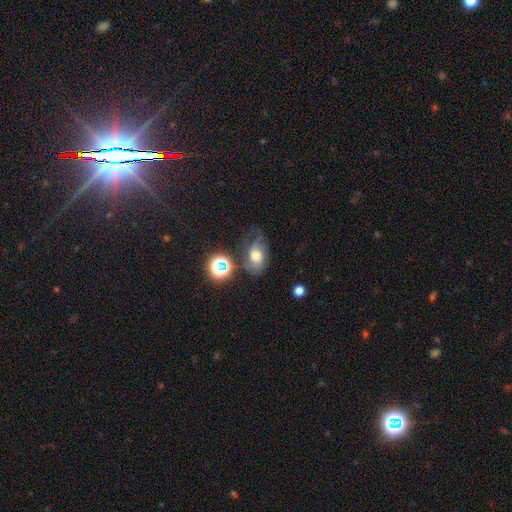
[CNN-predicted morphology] smooth 53%, featured or disk 30%, star or artifact 17%. Down the decision tree: how rounded — in between (77%); merging — none (39%).